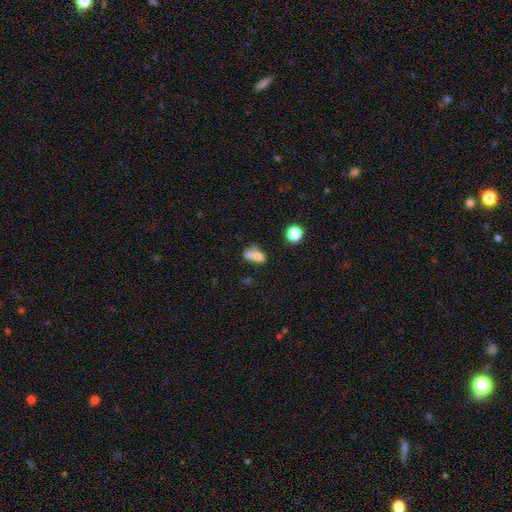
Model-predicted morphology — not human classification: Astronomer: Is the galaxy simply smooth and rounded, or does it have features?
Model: smooth — 69%.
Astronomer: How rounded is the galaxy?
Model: in between — 71%.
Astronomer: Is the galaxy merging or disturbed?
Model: merger — 41% (runner-up: none, 28%).